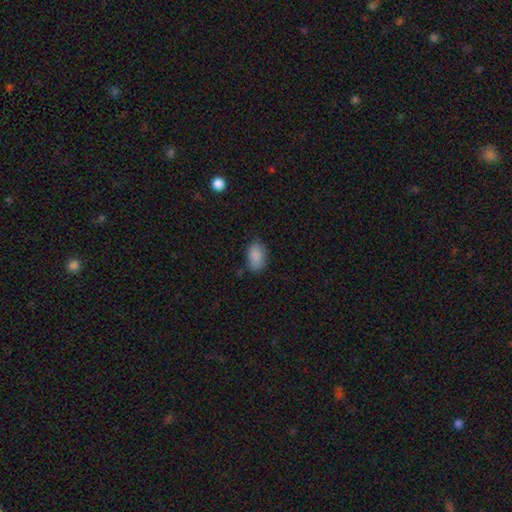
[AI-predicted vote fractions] smooth 87%, star or artifact 8%, featured or disk 5%. Down the decision tree: how rounded — in between (91%); merging — none (70%).